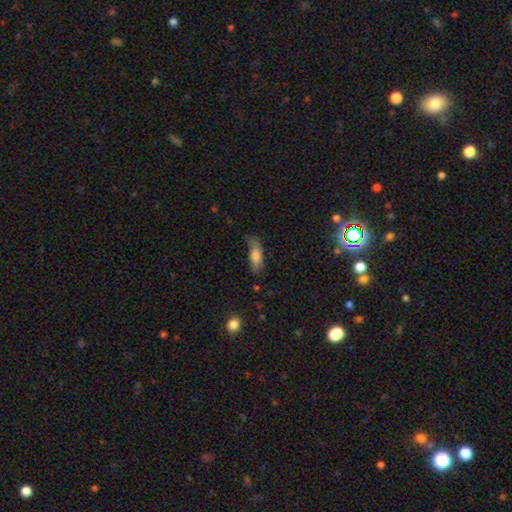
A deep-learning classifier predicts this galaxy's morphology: smooth_or_featured: smooth (p=0.77) [alt: featured or disk p=0.16]
how_rounded: in between (p=0.67) [alt: cigar-shaped p=0.31]
merging: none (p=0.53) [alt: minor disturbance p=0.32]